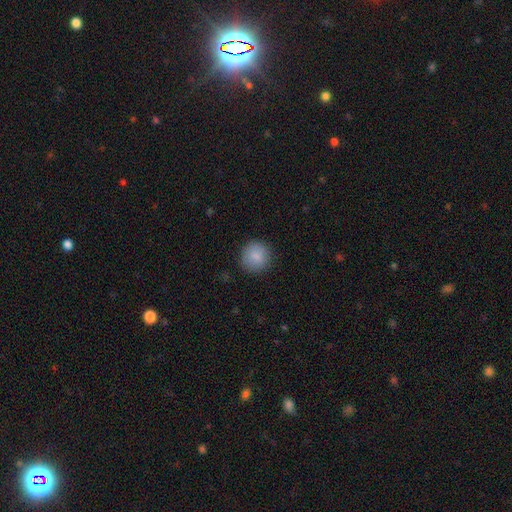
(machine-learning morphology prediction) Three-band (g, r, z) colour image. It shows a smooth galaxy with no disk features (88%) that is round (93%). Merging: none (88%).